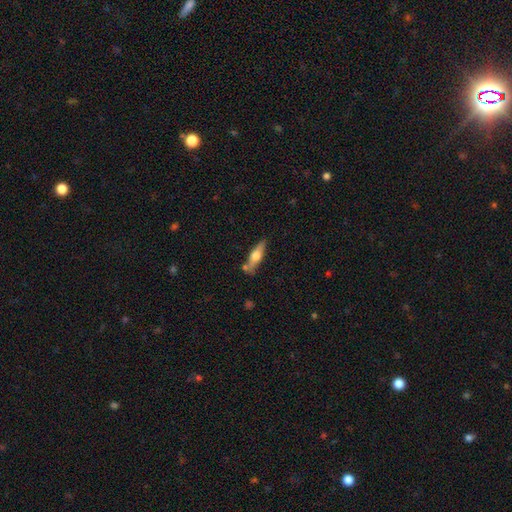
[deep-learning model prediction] Smooth or featured? featured or disk (51%)
Edge-on disk? yes (90%)
Merging? none (72%)